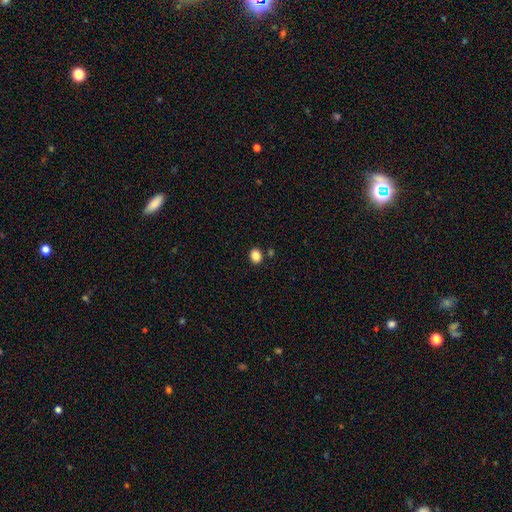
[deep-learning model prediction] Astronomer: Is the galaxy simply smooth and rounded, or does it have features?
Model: smooth — 85%.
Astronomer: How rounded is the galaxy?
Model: round — 53% (runner-up: in between, 46%).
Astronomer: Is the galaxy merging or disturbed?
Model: none — 85%.